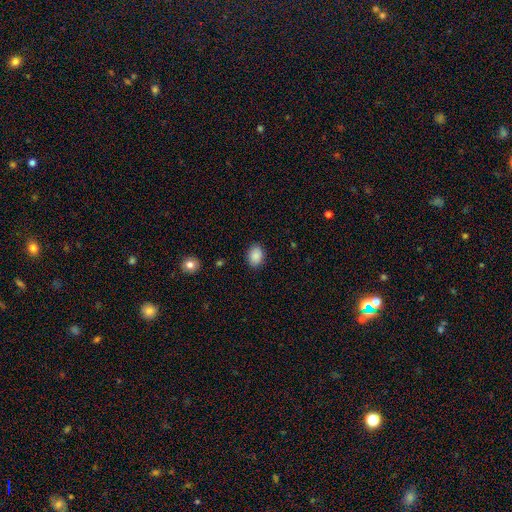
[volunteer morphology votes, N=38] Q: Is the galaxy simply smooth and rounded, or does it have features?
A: smooth — 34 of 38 (89%).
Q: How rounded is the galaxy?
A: in between — 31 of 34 (91%).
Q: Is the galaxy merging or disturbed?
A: none — 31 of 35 (89%).